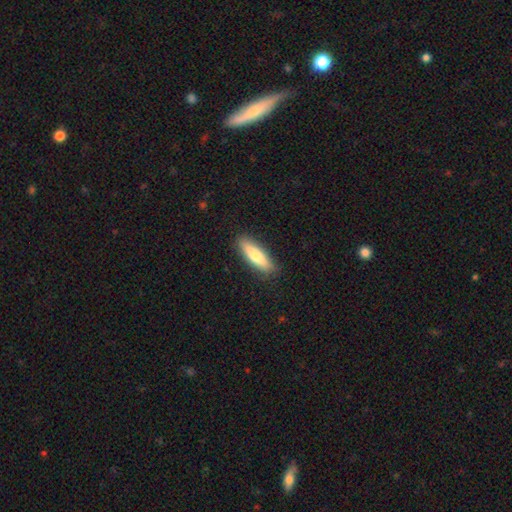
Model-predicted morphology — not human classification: The model was most divided on "how rounded": cigar-shaped: 61%, in between: 37%, round: 2%. More confident: merging — none (88%); smooth or featured — smooth (73%).